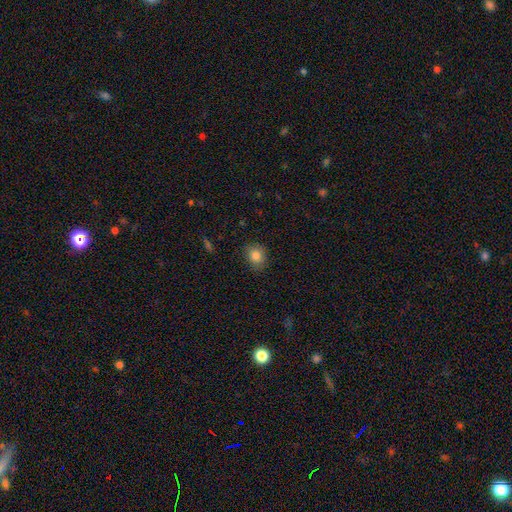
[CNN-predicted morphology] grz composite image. It shows a smooth galaxy with no disk features (84%) that is round (57%). Merging: none (80%).